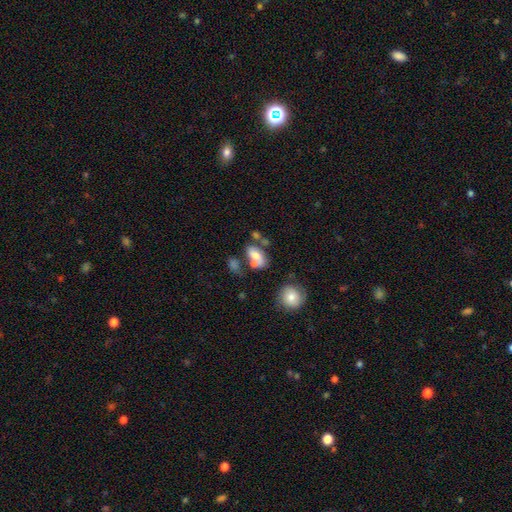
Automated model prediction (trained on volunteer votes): smooth-or-featured: smooth: 62% | featured or disk: 29% | star or artifact: 9%
  how-rounded: in between: 87% | round: 9% | cigar-shaped: 4%
  merging: none: 39% | merger: 34% | minor disturbance: 17% | major disturbance: 10%